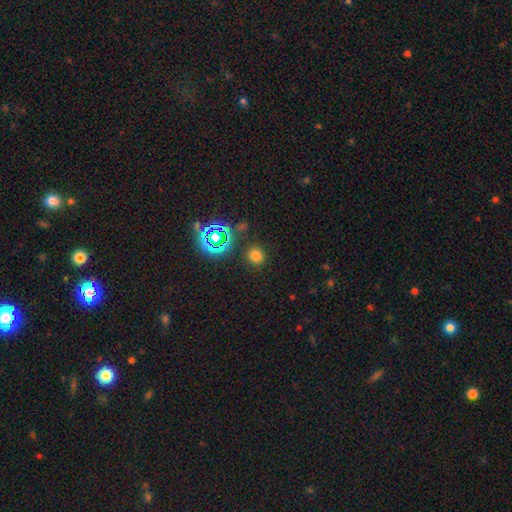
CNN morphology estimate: Smooth or featured? Predicted: smooth (p=0.69). How rounded? Predicted: round (p=0.86). Merging? Predicted: none (p=0.88).